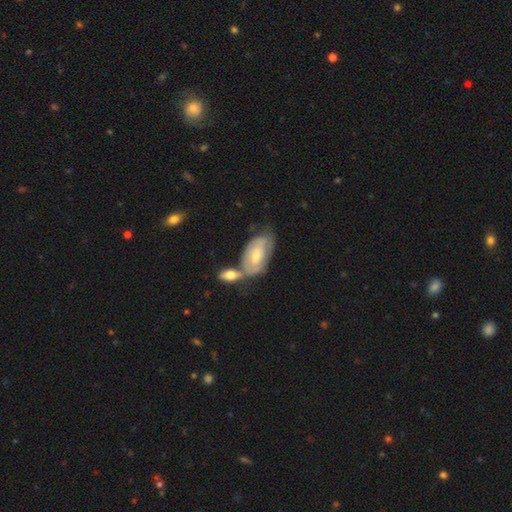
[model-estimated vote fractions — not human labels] Smooth or featured?
  - featured or disk: 56% *
  - smooth: 39%
  - star or artifact: 5%
Edge-on disk?
  - no: 90% *
  - yes: 10%
Bar?
  - no: 63% *
  - weak: 30%
  - strong: 7%
Spiral arms?
  - yes: 66% *
  - no: 34%
Bulge size?
  - small: 51% *
  - moderate: 43%
  - large: 3%
  - none: 2%
  - dominant: 1%
Merging?
  - merger: 38% *
  - none: 36%
  - minor disturbance: 18%
  - major disturbance: 8%